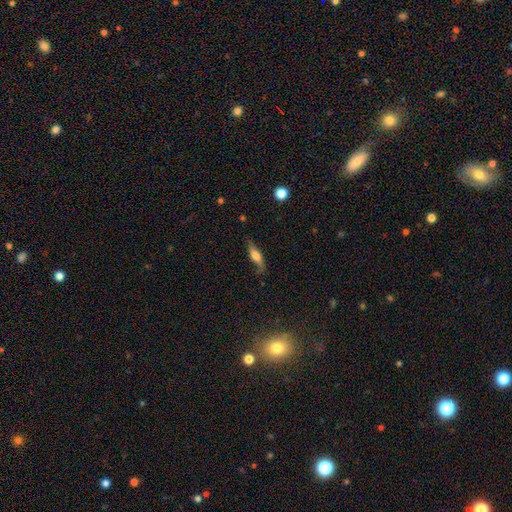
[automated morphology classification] smooth 58%, featured or disk 34%, star or artifact 7%. Down the decision tree: how rounded — cigar-shaped (56%); merging — none (70%).